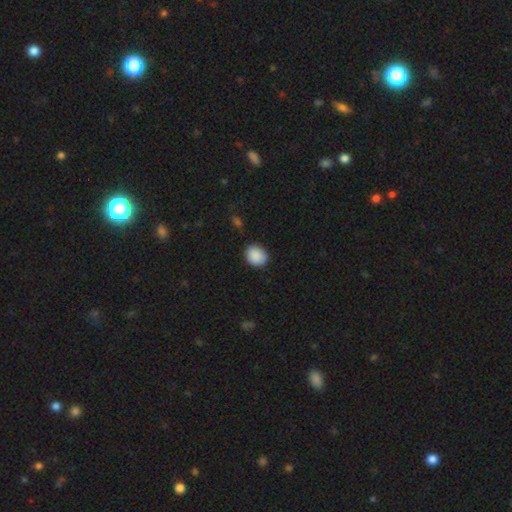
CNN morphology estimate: Smooth or featured? smooth (89%)
How rounded? round (65%)
Merging? none (85%)